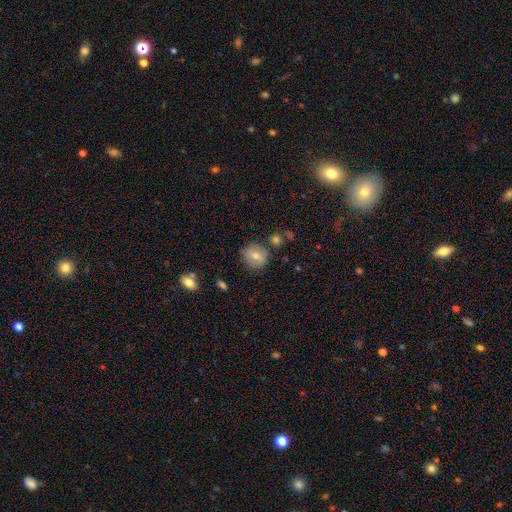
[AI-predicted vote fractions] Morphology: type=smooth (60%); roundness=round (84%); merging=none (81%).